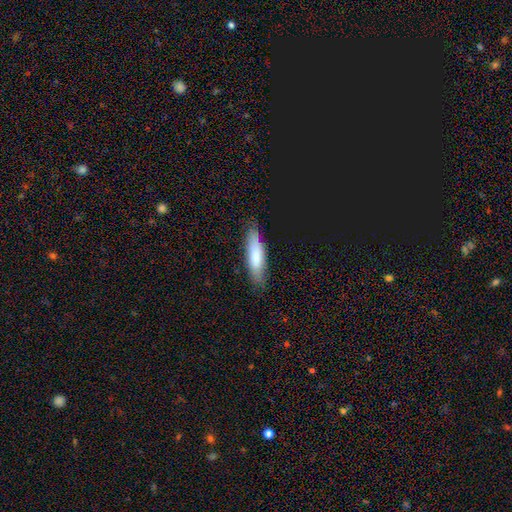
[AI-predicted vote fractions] Smooth or featured? smooth (78%)
How rounded? cigar-shaped (65%)
Merging? none (82%)